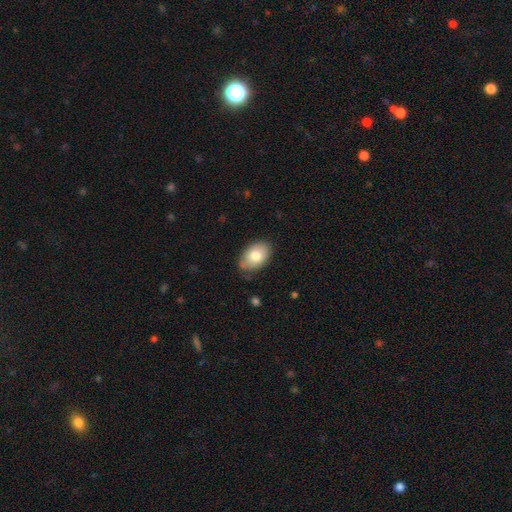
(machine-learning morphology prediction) Smooth or featured: smooth — 78% (featured or disk — 16%)
How rounded: in between — 88% (round — 11%)
Merging: none — 76% (minor disturbance — 19%)